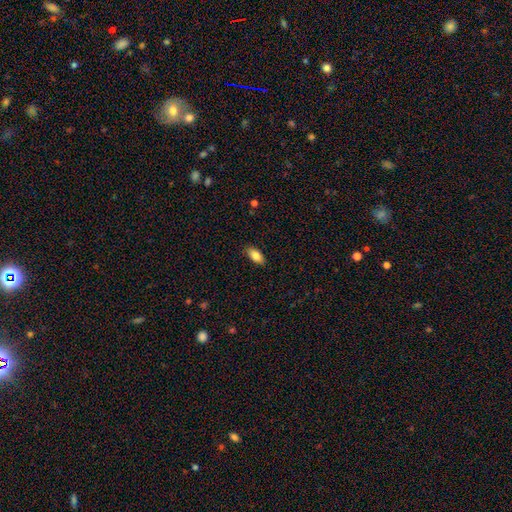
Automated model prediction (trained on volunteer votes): smooth-or-featured: smooth: 84% | featured or disk: 9% | star or artifact: 7%
  how-rounded: in between: 89% | cigar-shaped: 8% | round: 3%
  merging: none: 87% | minor disturbance: 10% | major disturbance: 2% | merger: 1%